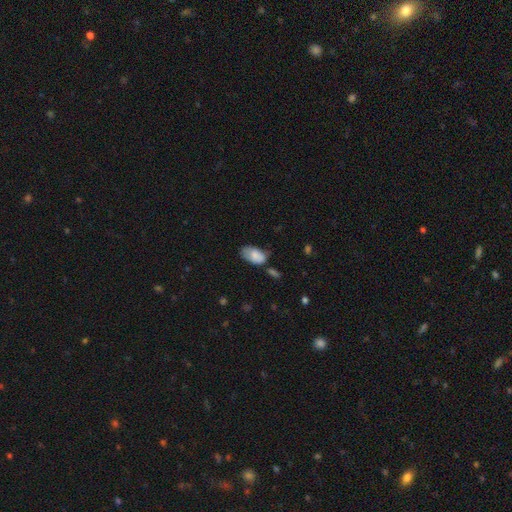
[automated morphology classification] smooth 79%, featured or disk 14%, star or artifact 7%. Down the decision tree: how rounded — in between (93%); merging — none (45%).